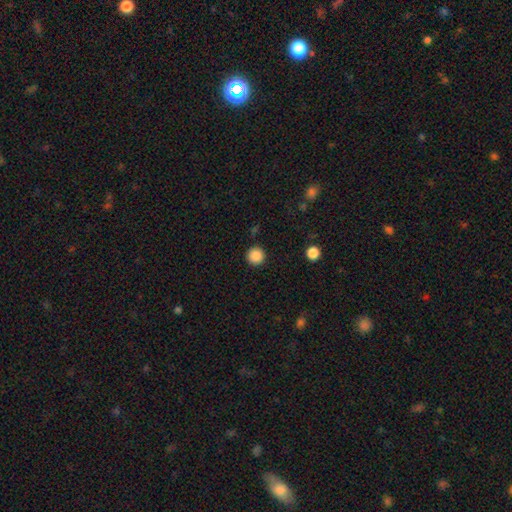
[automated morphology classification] Smooth or featured? smooth (87%)
How rounded? round (96%)
Merging? none (92%)